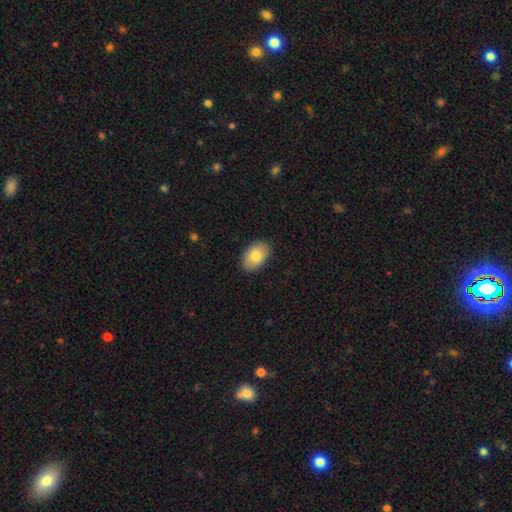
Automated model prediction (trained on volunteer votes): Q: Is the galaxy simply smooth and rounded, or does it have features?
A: smooth — 82%.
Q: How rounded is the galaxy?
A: in between — 89%.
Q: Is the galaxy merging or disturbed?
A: none — 88%.